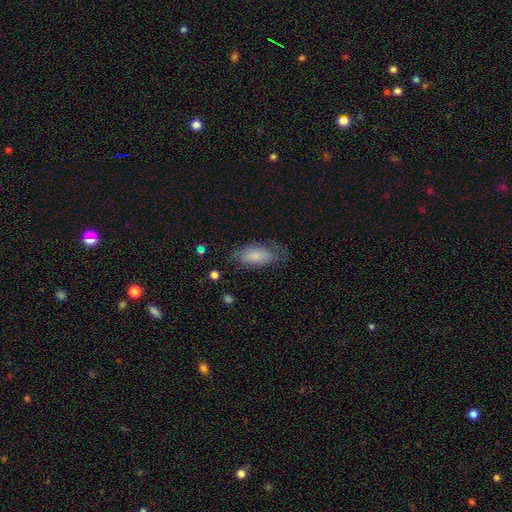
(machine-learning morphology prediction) This is likely a smooth galaxy (79%). How rounded: clearly in between (88%). Merging: likely none (62%).